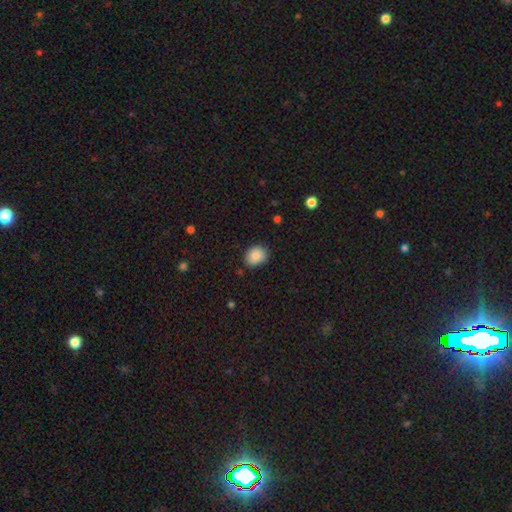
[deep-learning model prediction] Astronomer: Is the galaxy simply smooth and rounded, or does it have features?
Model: smooth — 88%.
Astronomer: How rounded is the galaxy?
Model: round — 50% (runner-up: in between, 49%).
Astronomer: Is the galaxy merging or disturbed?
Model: none — 79%.